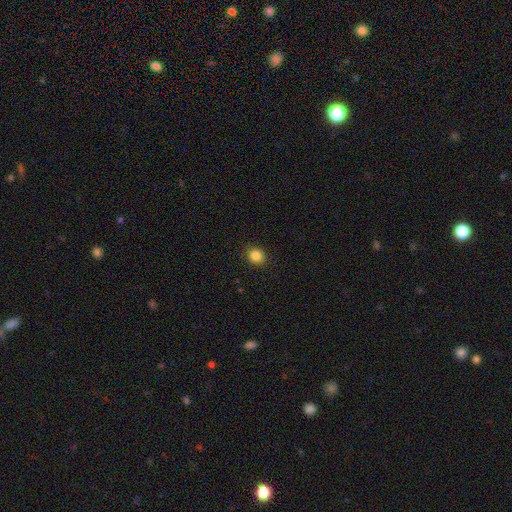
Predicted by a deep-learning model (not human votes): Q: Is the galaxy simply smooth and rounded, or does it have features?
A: smooth — 85%.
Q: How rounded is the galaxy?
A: round — 74%.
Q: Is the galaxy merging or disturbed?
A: none — 90%.